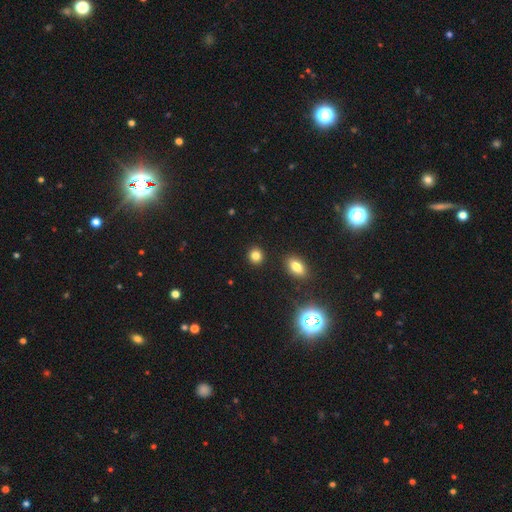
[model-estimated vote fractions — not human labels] The model was most divided on "smooth or featured": smooth: 81%, star or artifact: 14%, featured or disk: 5%. More confident: merging — none (90%); how rounded — round (85%).